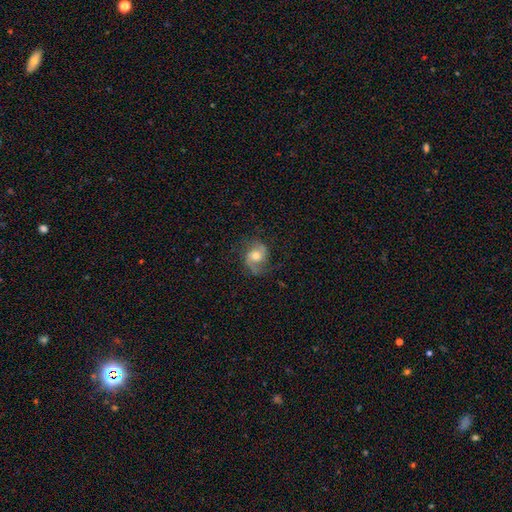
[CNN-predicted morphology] Q: Smooth or featured?
A: featured or disk (71%); runner-up: smooth (21%)
Q: Edge-on disk?
A: no (97%); runner-up: yes (3%)
Q: Bar?
A: no (58%); runner-up: weak (34%)
Q: Spiral arms?
A: yes (93%); runner-up: no (7%)
Q: Spiral winding?
A: medium (47%); runner-up: loose (34%)
Q: Spiral arm count?
A: 2 (83%); runner-up: 1 (8%)
Q: Bulge size?
A: moderate (64%); runner-up: small (16%)
Q: Merging?
A: none (68%); runner-up: minor disturbance (19%)